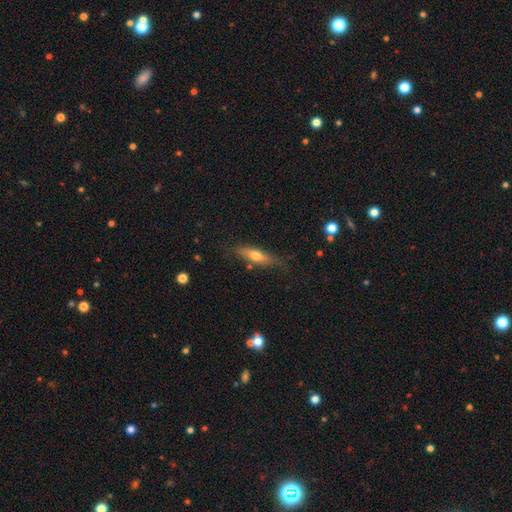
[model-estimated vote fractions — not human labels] Smooth or featured? smooth (58%)
How rounded? cigar-shaped (63%)
Merging? none (76%)